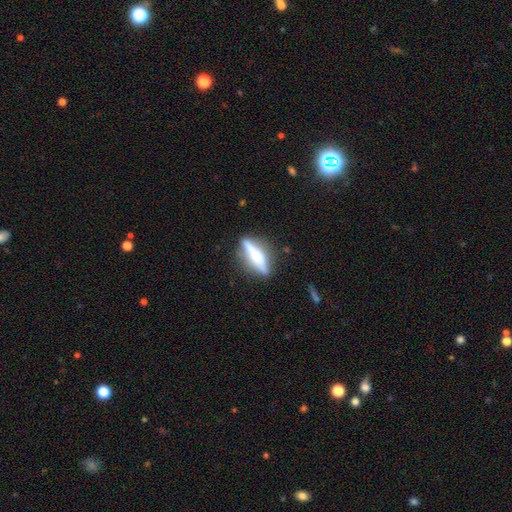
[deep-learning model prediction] Smooth or featured? Predicted: featured or disk (p=0.55). Edge-on disk? Predicted: yes (p=0.90). Merging? Predicted: none (p=0.81).